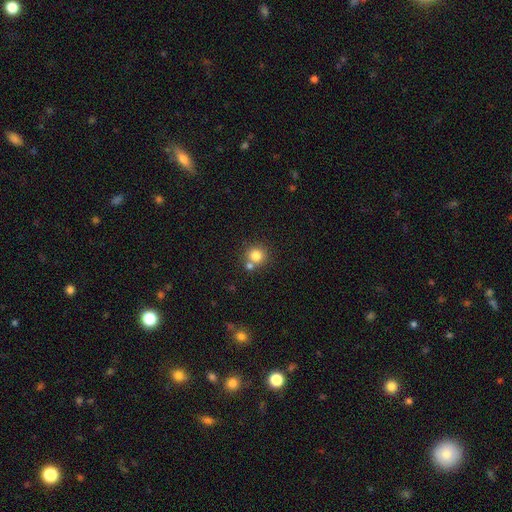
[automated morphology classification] smooth 80%, star or artifact 12%, featured or disk 8%. Down the decision tree: how rounded — round (91%); merging — none (63%).